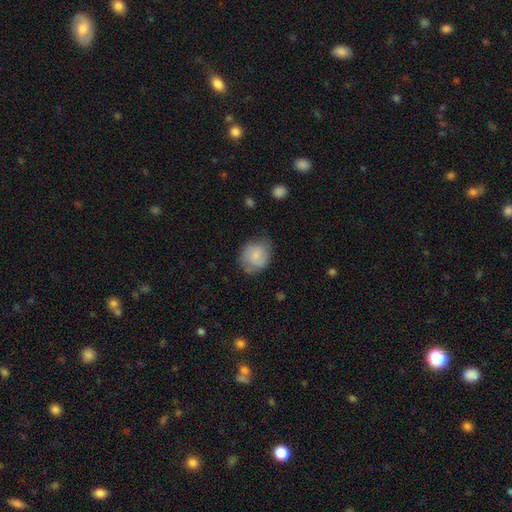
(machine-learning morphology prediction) smooth 71%, featured or disk 22%, star or artifact 7%. Down the decision tree: how rounded — round (71%); merging — none (60%).